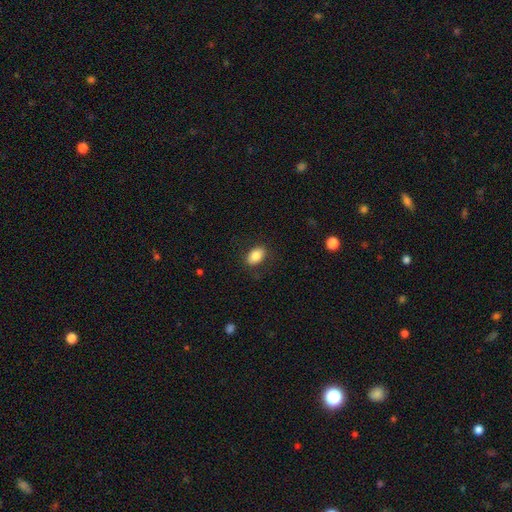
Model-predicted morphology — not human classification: smooth 83%, featured or disk 10%, star or artifact 8%. Down the decision tree: how rounded — in between (88%); merging — none (85%).